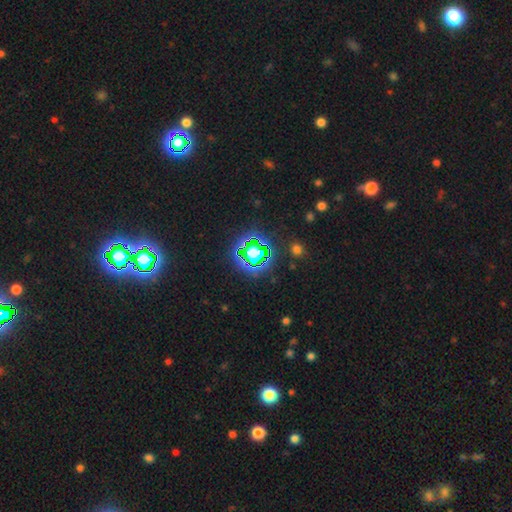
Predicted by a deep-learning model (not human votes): Morphology: type=star or artifact (67%).